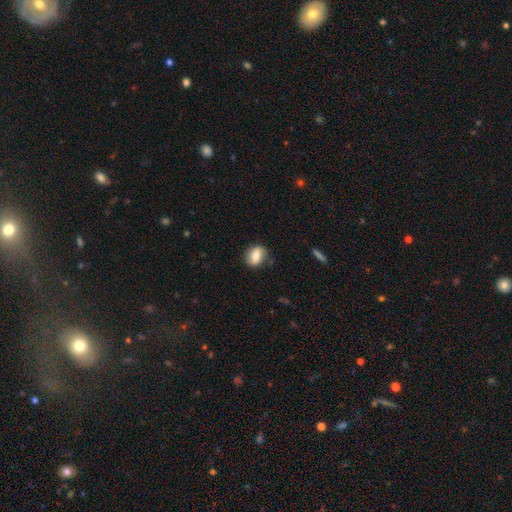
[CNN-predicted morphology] Smooth or featured: smooth — 74% (featured or disk — 18%)
How rounded: in between — 64% (round — 34%)
Merging: none — 81% (minor disturbance — 14%)